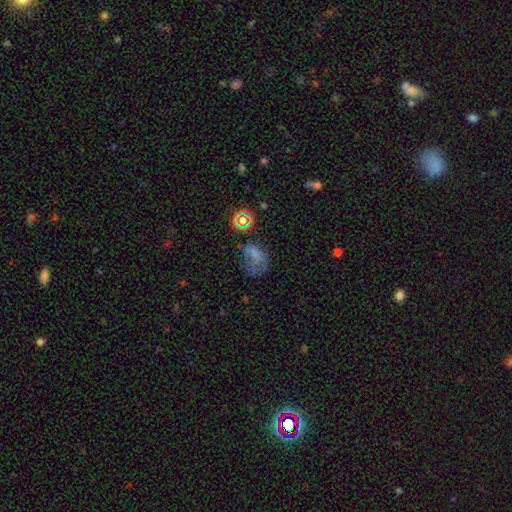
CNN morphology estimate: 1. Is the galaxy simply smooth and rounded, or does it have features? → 53% smooth, 24% featured or disk, 24% star or artifact.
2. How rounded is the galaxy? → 62% in between, 36% round, 1% cigar-shaped.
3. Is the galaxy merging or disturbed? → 37% none, 32% major disturbance, 25% minor disturbance, 6% merger.